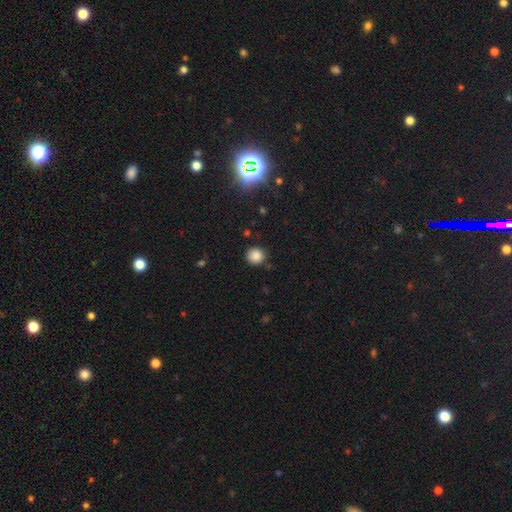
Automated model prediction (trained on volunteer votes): The model was most divided on "smooth or featured": smooth: 85%, star or artifact: 12%, featured or disk: 4%. More confident: how rounded — round (90%); merging — none (85%).